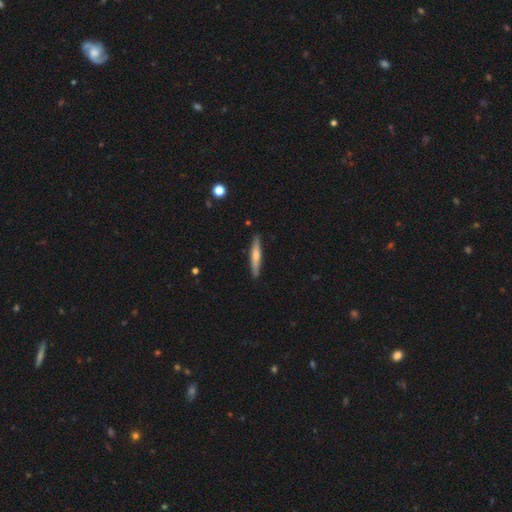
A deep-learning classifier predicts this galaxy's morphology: The model was most divided on "smooth or featured": smooth: 51%, featured or disk: 44%, star or artifact: 5%. More confident: how rounded — cigar-shaped (92%); merging — none (89%).